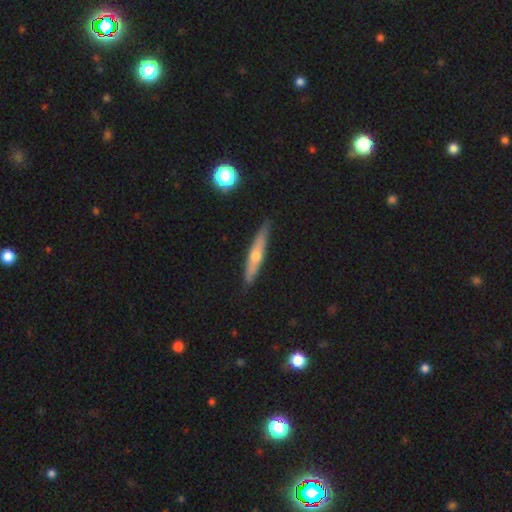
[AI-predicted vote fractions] This appears to be a featured or disk galaxy (55%) viewed edge-on (90%). Merging: none (86%).